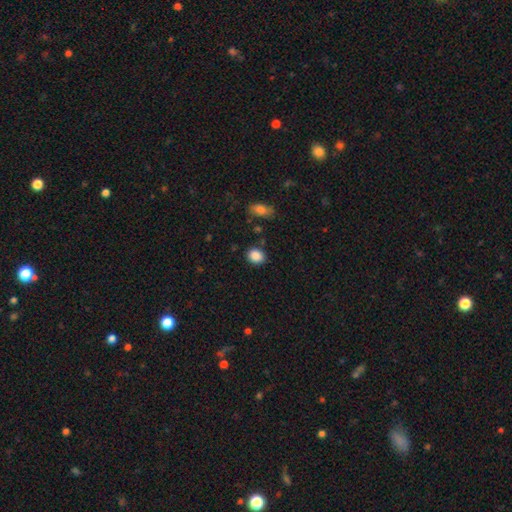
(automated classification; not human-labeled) The model was most divided on "how rounded": round: 52%, in between: 46%, cigar-shaped: 1%. More confident: smooth or featured — smooth (87%); merging — none (83%).